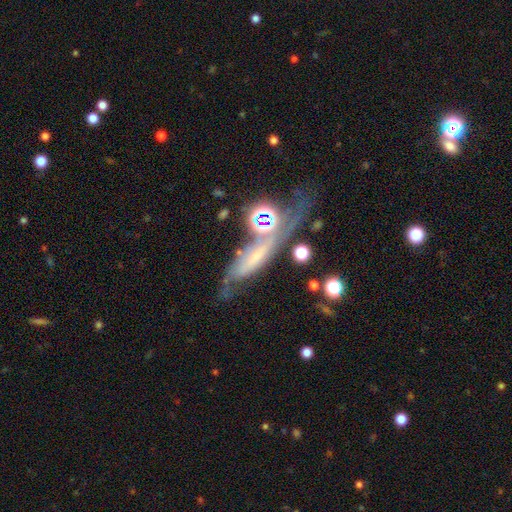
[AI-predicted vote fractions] The model was most divided on "merging": none: 40%, minor disturbance: 23%, major disturbance: 22%, merger: 16%. More confident: edge-on disk — no (63%); smooth or featured — featured or disk (55%).